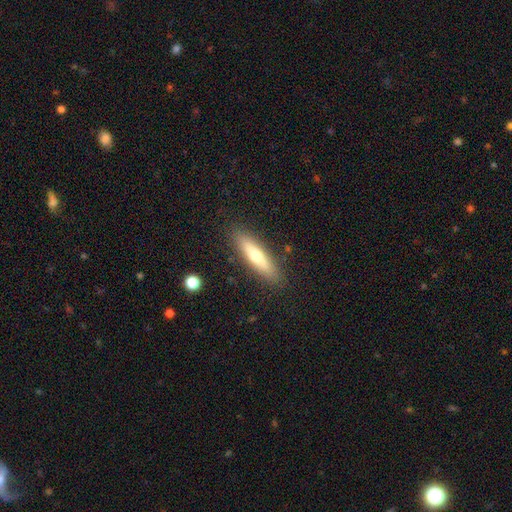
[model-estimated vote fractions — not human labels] This is possibly a smooth galaxy (56%). How rounded: likely cigar-shaped (77%). Merging: clearly none (88%).